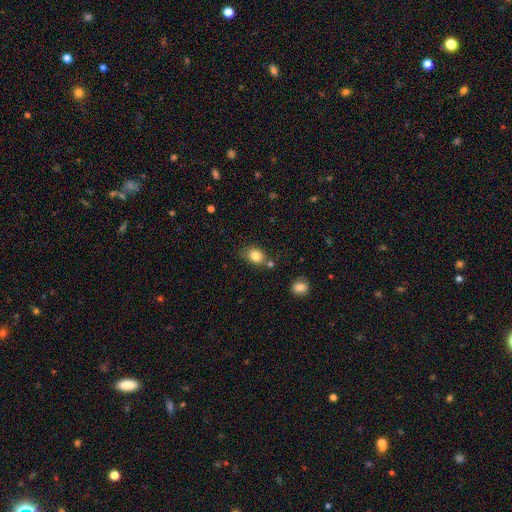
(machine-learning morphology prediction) Smooth or featured? Predicted: smooth (p=0.83). How rounded? Predicted: in between (p=0.52). Merging? Predicted: none (p=0.70).